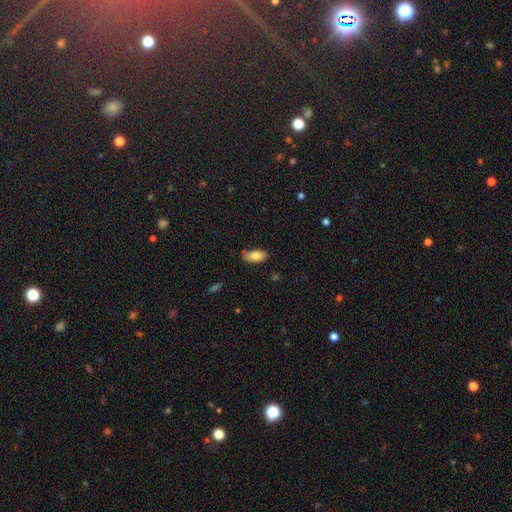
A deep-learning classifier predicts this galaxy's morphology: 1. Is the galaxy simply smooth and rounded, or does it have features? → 78% smooth, 15% featured or disk, 7% star or artifact.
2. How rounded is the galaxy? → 91% in between, 6% cigar-shaped, 3% round.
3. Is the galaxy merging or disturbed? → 74% none, 20% minor disturbance, 3% major disturbance, 2% merger.